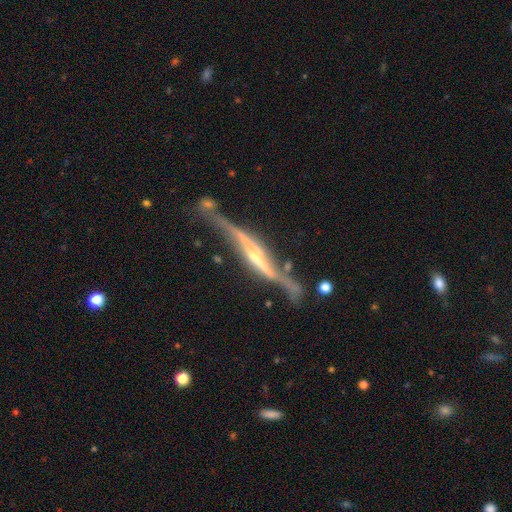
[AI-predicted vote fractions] smooth_or_featured: featured or disk (p=0.89) [alt: smooth p=0.06]
disk_edge_on: yes (p=0.83) [alt: no p=0.17]
edge_on_bulge: rounded (p=0.81) [alt: none p=0.10]
merging: none (p=0.51) [alt: minor disturbance p=0.25]